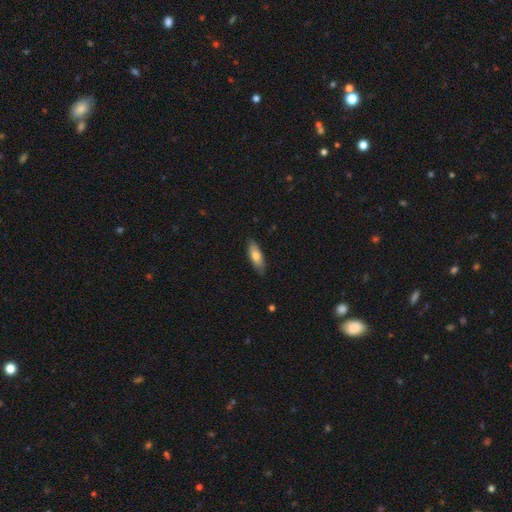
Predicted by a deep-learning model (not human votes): Overall: smooth (72%). How rounded: in between (62%; cigar-shaped 36%). Merging: none (84%).